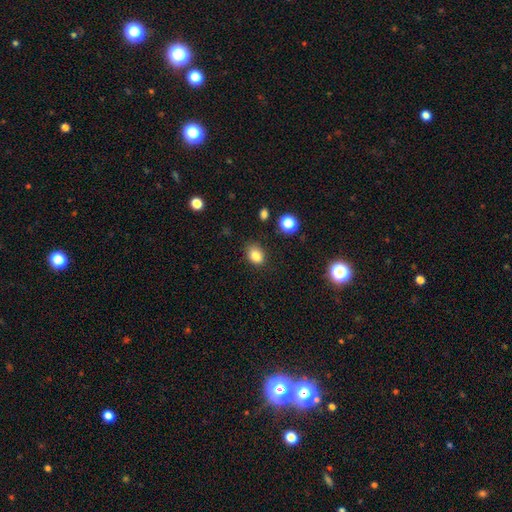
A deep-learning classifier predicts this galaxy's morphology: Smooth or featured: smooth — 83% (star or artifact — 11%)
How rounded: in between — 57% (round — 42%)
Merging: none — 81% (minor disturbance — 14%)